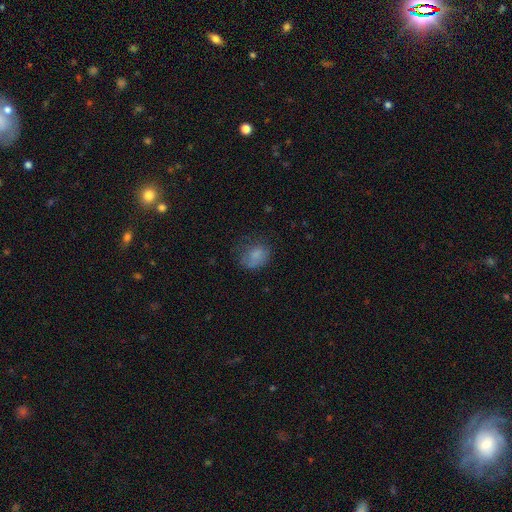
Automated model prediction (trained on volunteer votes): Overall: smooth (75%). How rounded: in between (58%; round 41%). Merging: none (51%; minor disturbance 28%).